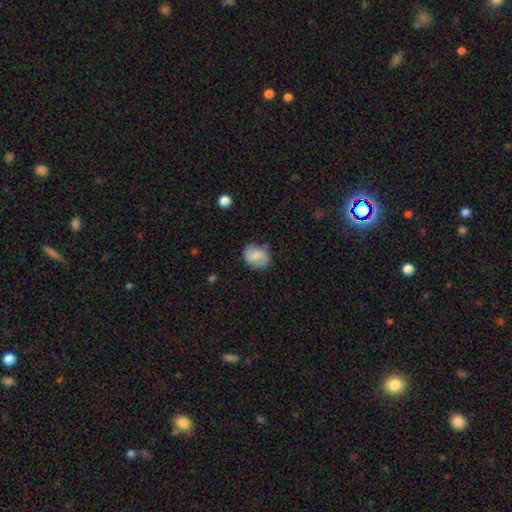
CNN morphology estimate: Smooth or featured?
  - smooth: 54% *
  - featured or disk: 38%
  - star or artifact: 8%
How rounded?
  - round: 52% *
  - in between: 47%
  - cigar-shaped: 1%
Merging?
  - none: 72% *
  - minor disturbance: 20%
  - major disturbance: 6%
  - merger: 2%